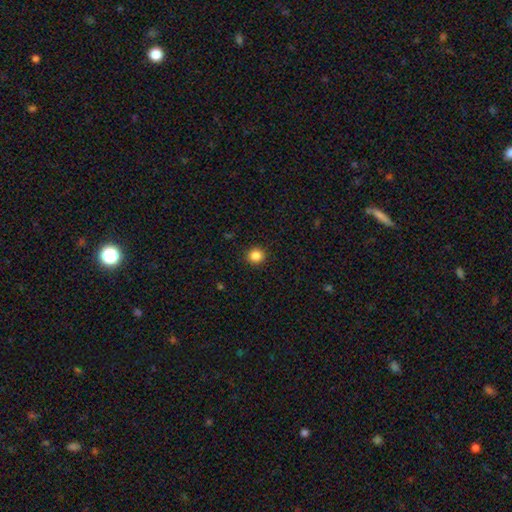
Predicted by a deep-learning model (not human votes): smooth_or_featured: smooth (p=0.86) [alt: star or artifact p=0.10]
how_rounded: round (p=0.92) [alt: in between p=0.07]
merging: none (p=0.92) [alt: minor disturbance p=0.05]